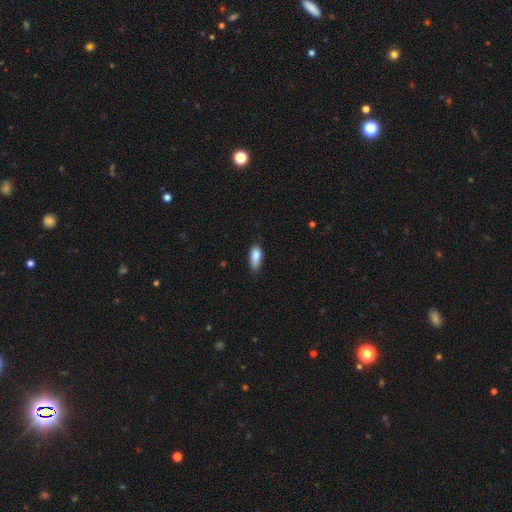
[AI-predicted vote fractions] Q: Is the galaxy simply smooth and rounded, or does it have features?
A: smooth — 87%.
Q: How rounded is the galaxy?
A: in between — 81%.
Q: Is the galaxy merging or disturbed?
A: none — 67%.